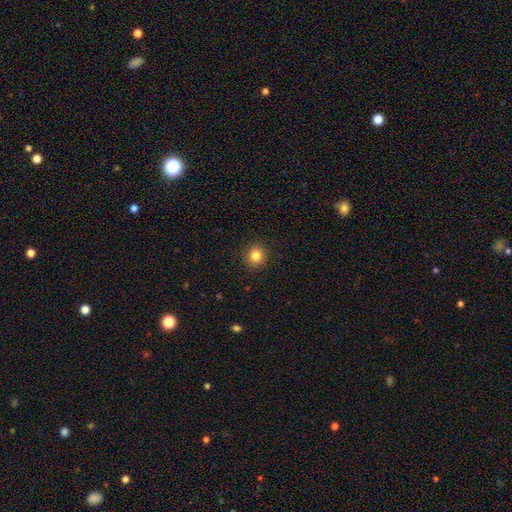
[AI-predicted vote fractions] Morphology: type=smooth (83%); roundness=round (90%); merging=none (91%).